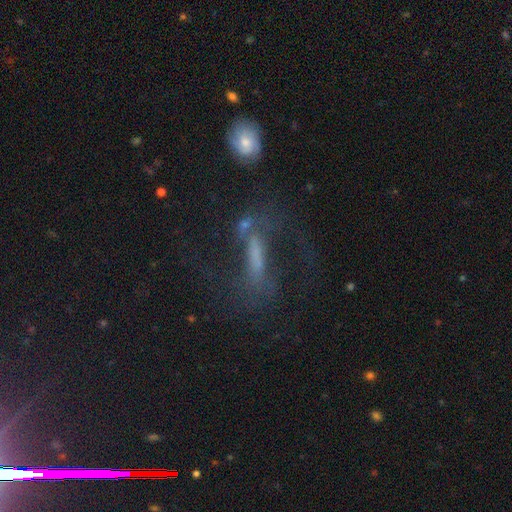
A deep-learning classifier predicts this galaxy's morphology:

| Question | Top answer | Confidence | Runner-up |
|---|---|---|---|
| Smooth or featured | featured or disk | 49% | smooth (30%) |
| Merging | none | 42% | major disturbance (33%) |